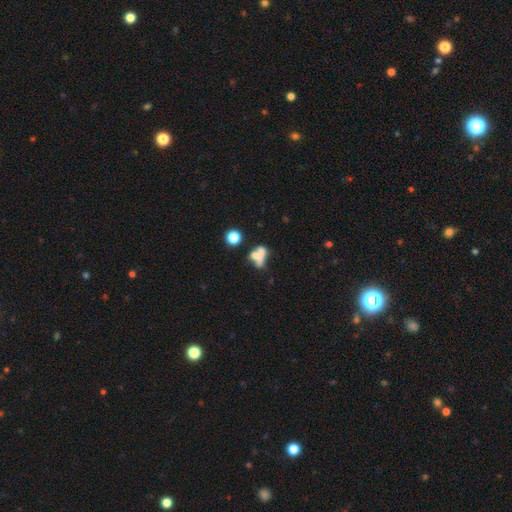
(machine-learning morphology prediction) Smooth or featured?
  - smooth: 54% *
  - featured or disk: 31%
  - star or artifact: 15%
How rounded?
  - in between: 55% *
  - round: 36%
  - cigar-shaped: 8%
Merging?
  - merger: 46% *
  - none: 26%
  - major disturbance: 16%
  - minor disturbance: 12%